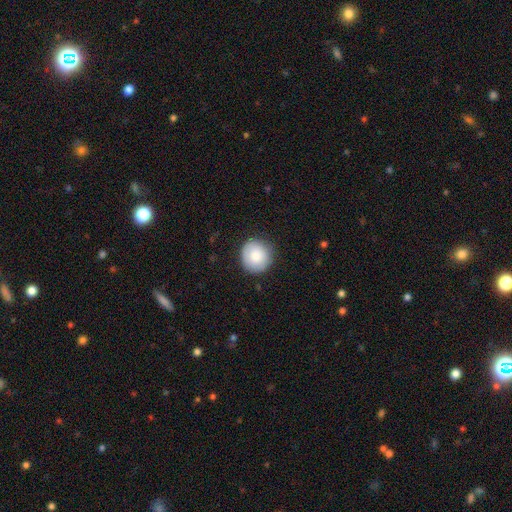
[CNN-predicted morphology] A smooth galaxy with no disk features (83%) that is round (93%).

Vote fractions:
- Smooth or featured? smooth: 83% / featured or disk: 10% / star or artifact: 7%
- How rounded? round: 93% / in between: 6% / cigar-shaped: 1%
- Merging? none: 87% / minor disturbance: 10% / major disturbance: 2% / merger: 1%